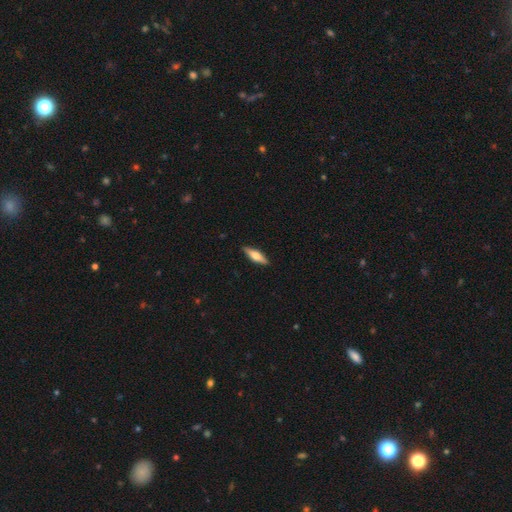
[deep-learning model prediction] This is possibly a smooth galaxy (48%). Merging: clearly none (90%).